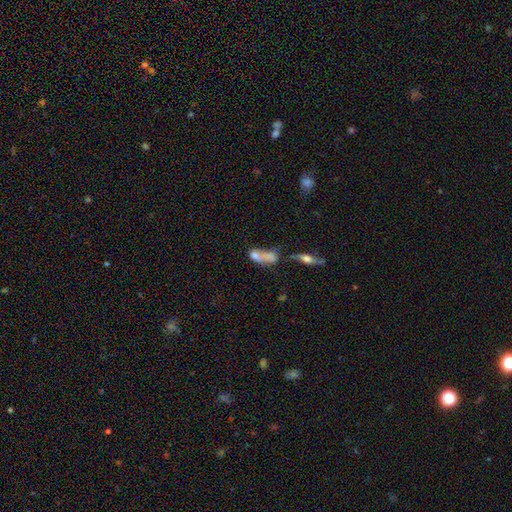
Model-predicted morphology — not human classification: smooth_or_featured: smooth (p=0.61) [alt: featured or disk p=0.28]
how_rounded: in between (p=0.67) [alt: cigar-shaped p=0.22]
merging: merger (p=0.61) [alt: none p=0.16]